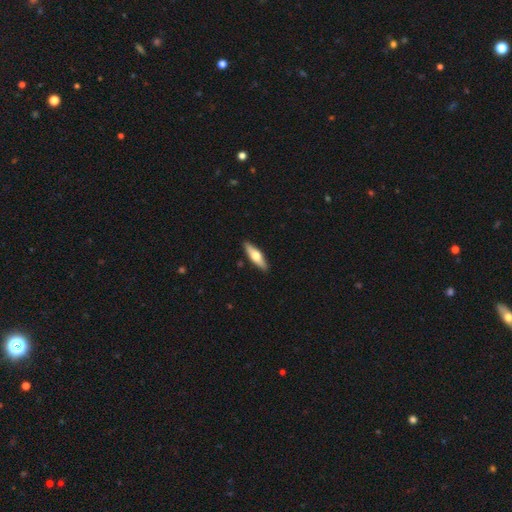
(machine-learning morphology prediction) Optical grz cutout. It shows a smooth galaxy with no disk features (52%) that is cigar-shaped (55%). Merging: none (90%).